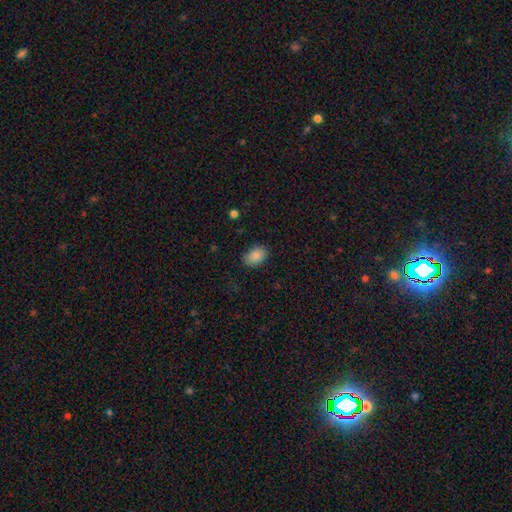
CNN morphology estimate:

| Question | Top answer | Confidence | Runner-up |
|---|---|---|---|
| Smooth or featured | smooth | 88% | star or artifact (8%) |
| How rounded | in between | 85% | round (14%) |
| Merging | none | 84% | minor disturbance (12%) |